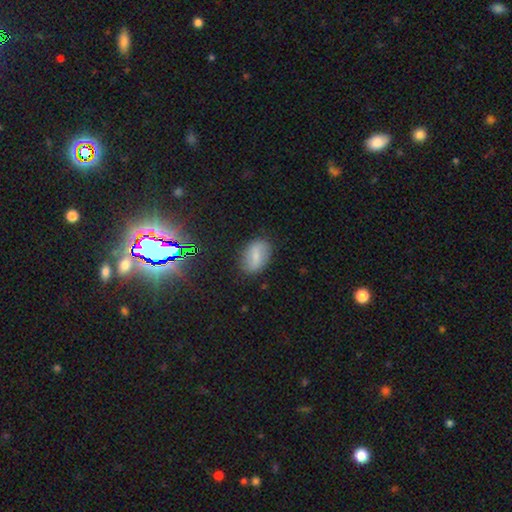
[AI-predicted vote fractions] A smooth galaxy with no disk features (60%) that is in between round and cigar-shaped (85%). Merging: none (81%).